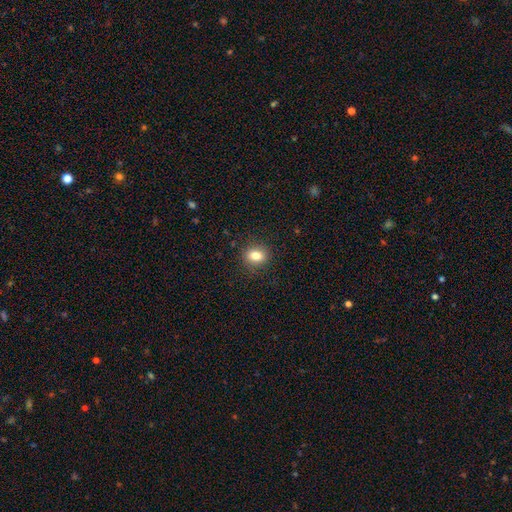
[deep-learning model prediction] Smooth or featured?
  - smooth: 82% *
  - star or artifact: 11%
  - featured or disk: 7%
How rounded?
  - round: 57% *
  - in between: 42%
  - cigar-shaped: 1%
Merging?
  - none: 88% *
  - minor disturbance: 8%
  - major disturbance: 2%
  - merger: 1%